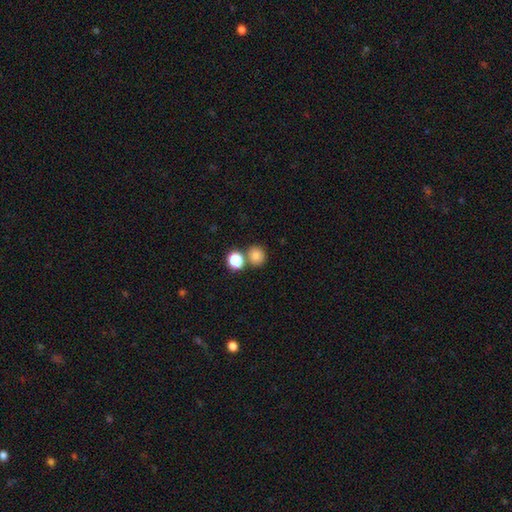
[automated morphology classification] Smooth or featured? smooth (81%)
How rounded? round (86%)
Merging? none (70%)